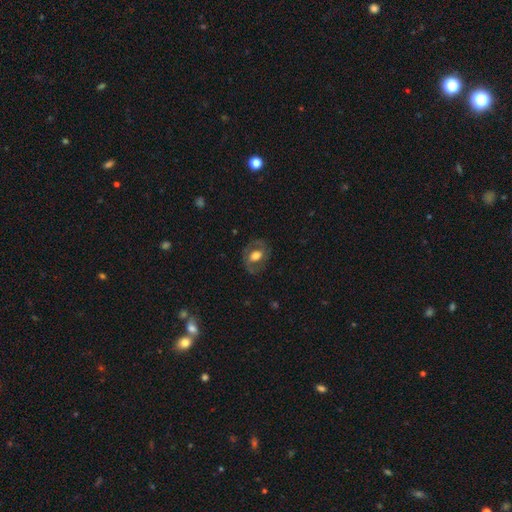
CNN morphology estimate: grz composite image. It shows a featured or disk galaxy (65%) with no bar (48%), spiral arms (71%) and a moderate central bulge (50%). Merging: none (76%).